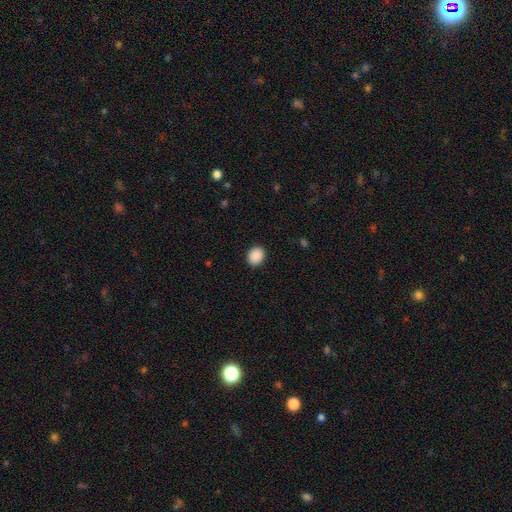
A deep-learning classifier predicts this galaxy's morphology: Overall: smooth (90%). How rounded: round (61%; in between 38%). Merging: none (90%).